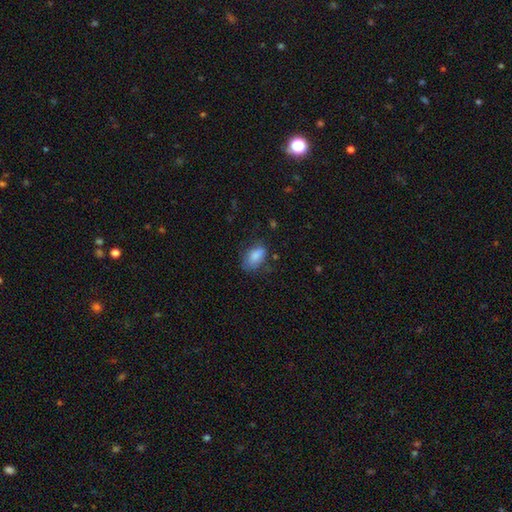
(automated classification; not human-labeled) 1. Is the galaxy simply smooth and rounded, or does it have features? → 84% smooth, 8% featured or disk, 8% star or artifact.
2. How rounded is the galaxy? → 90% in between, 7% round, 3% cigar-shaped.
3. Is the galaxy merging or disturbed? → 64% none, 26% minor disturbance, 8% major disturbance, 2% merger.